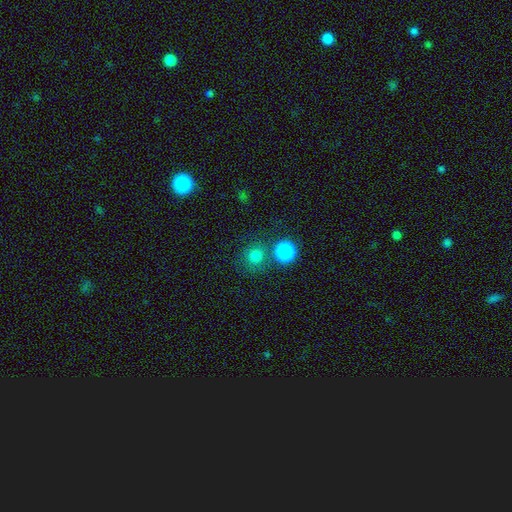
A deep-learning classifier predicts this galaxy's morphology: smooth-or-featured: smooth: 76% | star or artifact: 18% | featured or disk: 6%
  how-rounded: round: 91% | in between: 8% | cigar-shaped: 1%
  merging: none: 74% | merger: 12% | minor disturbance: 10% | major disturbance: 4%